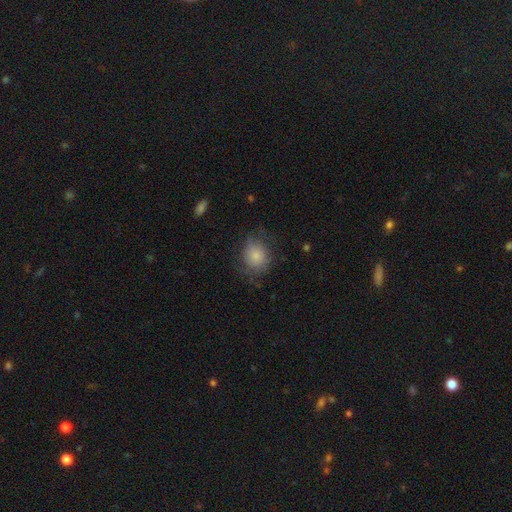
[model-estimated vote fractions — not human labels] smooth_or_featured: smooth (p=0.79) [alt: featured or disk p=0.13]
how_rounded: round (p=0.72) [alt: in between p=0.27]
merging: none (p=0.65) [alt: minor disturbance p=0.23]